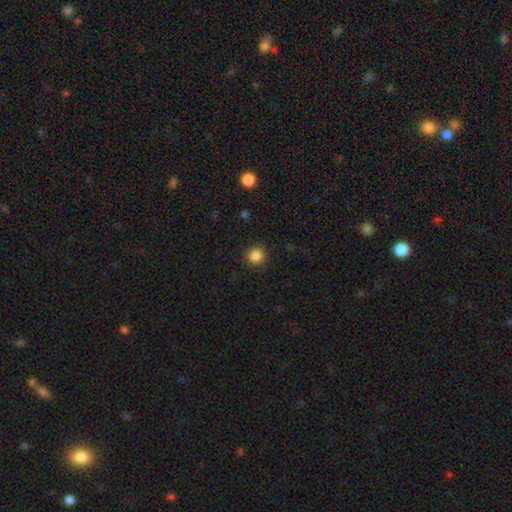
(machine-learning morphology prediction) smooth 86%, star or artifact 11%, featured or disk 4%. Down the decision tree: how rounded — round (93%); merging — none (91%).